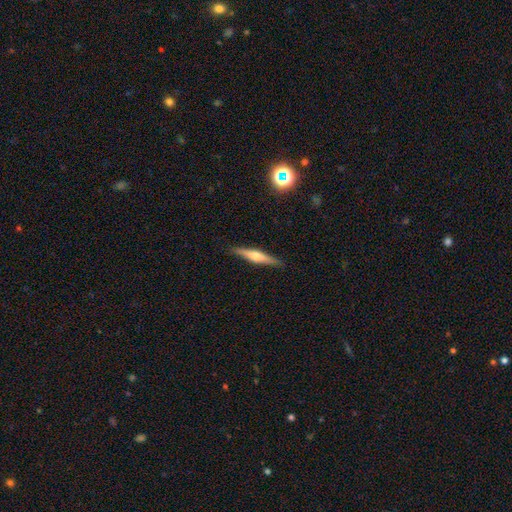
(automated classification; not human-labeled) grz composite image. It shows a featured or disk galaxy (63%) viewed edge-on (97%) with a rounded central bulge (86%). Merging: none (90%).